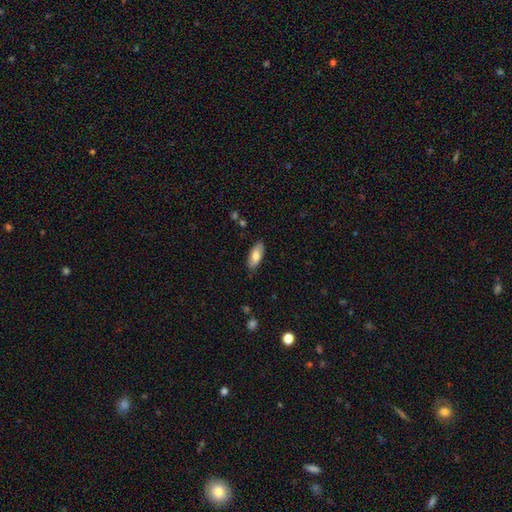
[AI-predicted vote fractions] Smooth or featured? smooth (76%)
How rounded? in between (85%)
Merging? none (85%)